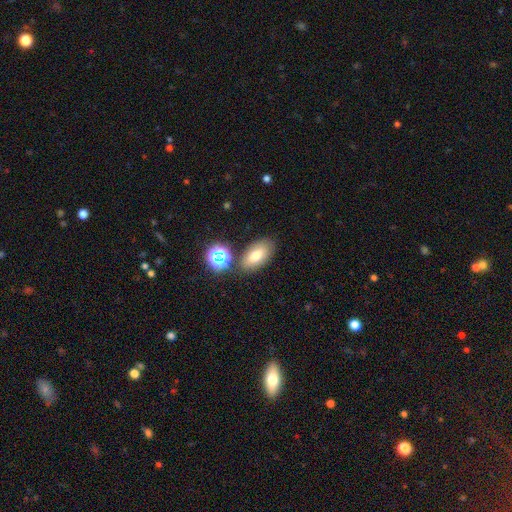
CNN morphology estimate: A smooth galaxy with no disk features (73%) that is in between round and cigar-shaped (89%). Merging: none (77%).